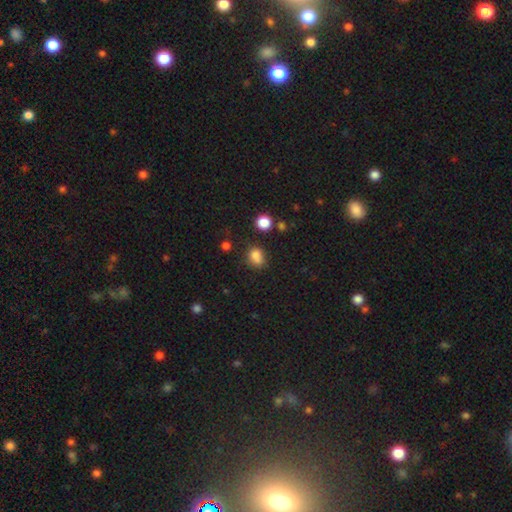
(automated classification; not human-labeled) smooth 81%, star or artifact 13%, featured or disk 6%. Down the decision tree: how rounded — in between (50%); merging — none (60%).